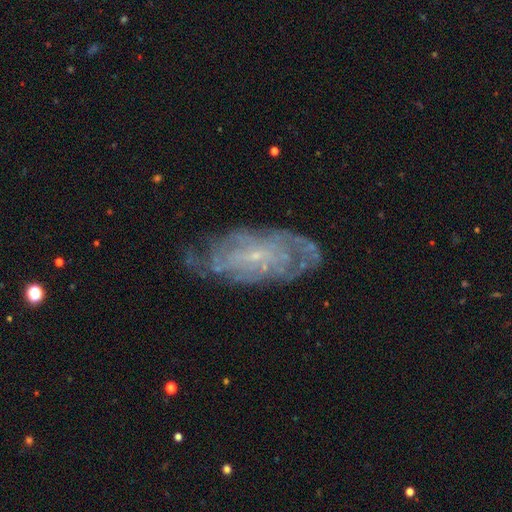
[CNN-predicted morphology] Smooth or featured: featured or disk — 78% (smooth — 14%)
Edge-on disk: no — 91% (yes — 9%)
Bar: no — 57% (weak — 35%)
Spiral arms: yes — 84% (no — 16%)
Spiral winding: tight — 65% (medium — 27%)
Spiral arm count: can't tell — 58% (2 — 12%)
Bulge size: small — 83% (moderate — 9%)
Merging: none — 68% (minor disturbance — 22%)